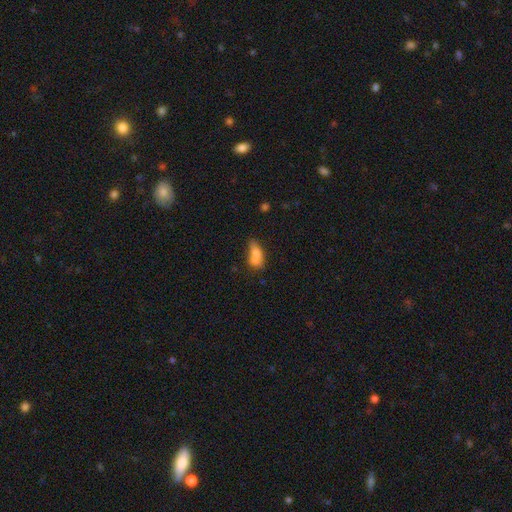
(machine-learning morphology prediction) This appears to be a smooth galaxy with no disk features (69%) that is in between round and cigar-shaped (76%). Merging: merger (46%).